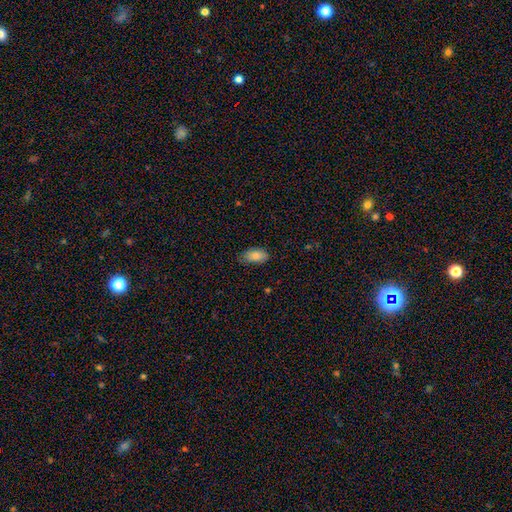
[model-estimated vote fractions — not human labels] smooth 84%, featured or disk 9%, star or artifact 7%. Down the decision tree: how rounded — in between (93%); merging — none (72%).